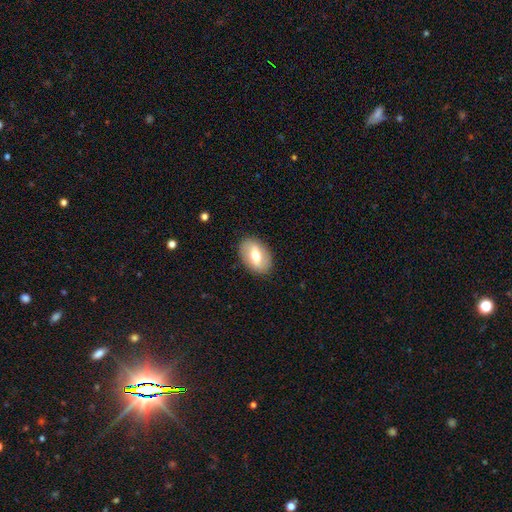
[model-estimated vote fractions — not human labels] Smooth or featured? Predicted: smooth (p=0.57). How rounded? Predicted: in between (p=0.85). Merging? Predicted: none (p=0.87).